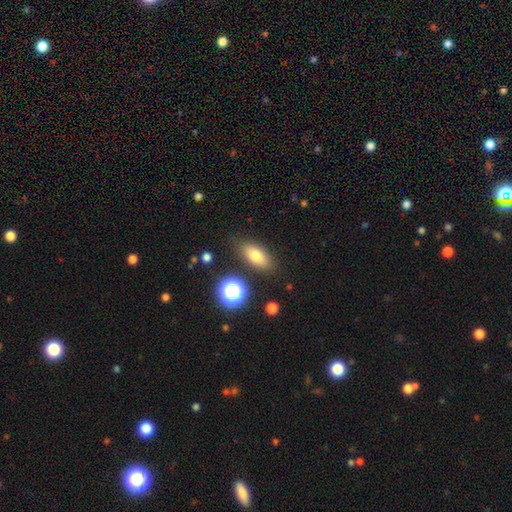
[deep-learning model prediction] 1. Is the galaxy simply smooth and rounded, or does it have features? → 76% smooth, 14% featured or disk, 11% star or artifact.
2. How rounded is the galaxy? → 81% in between, 11% cigar-shaped, 8% round.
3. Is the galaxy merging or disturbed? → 82% none, 12% minor disturbance, 4% major disturbance, 3% merger.